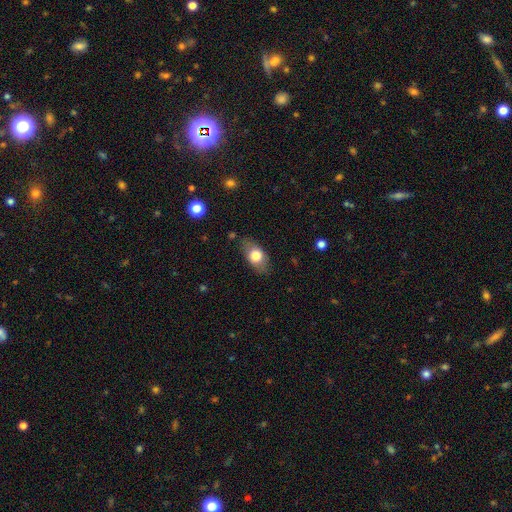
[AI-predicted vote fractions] Q: Smooth or featured?
A: smooth (74%); runner-up: featured or disk (19%)
Q: How rounded?
A: in between (86%); runner-up: round (10%)
Q: Merging?
A: none (78%); runner-up: minor disturbance (16%)